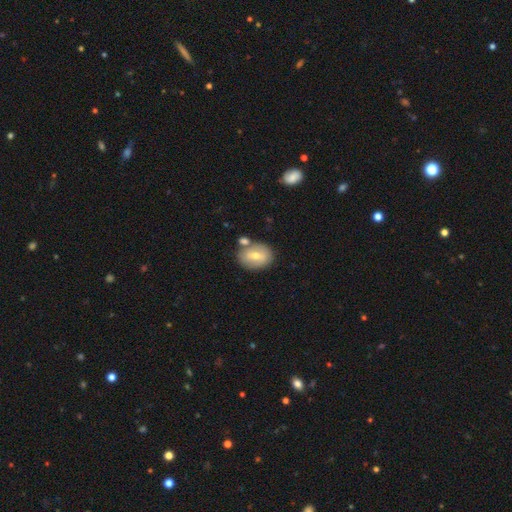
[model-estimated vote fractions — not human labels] This is possibly a smooth galaxy (58%). How rounded: likely in between (69%). Merging: likely none (65%).